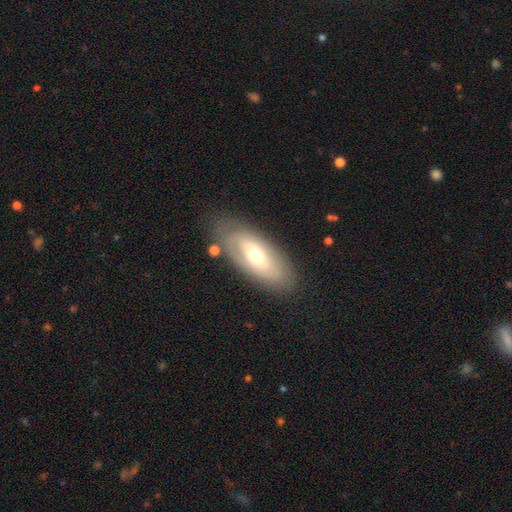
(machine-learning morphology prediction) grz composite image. It shows a featured or disk galaxy (50%). Merging: none (75%).